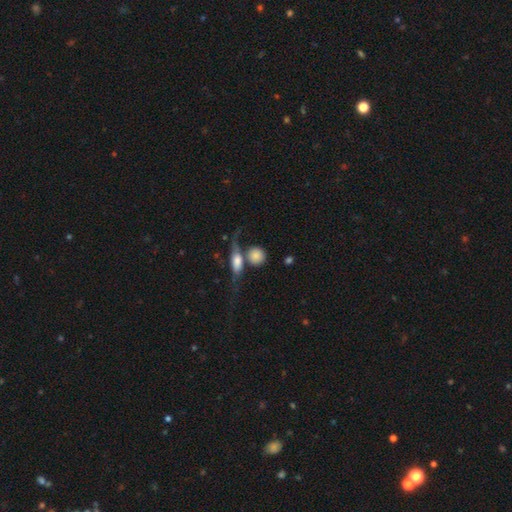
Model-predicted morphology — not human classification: Overall: smooth (77%). How rounded: round (78%). Merging: none (41%; merger 34%).